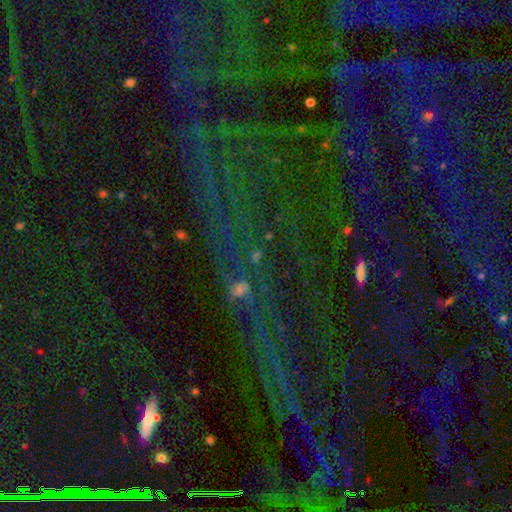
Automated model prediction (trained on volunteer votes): Smooth or featured? star or artifact (58%)